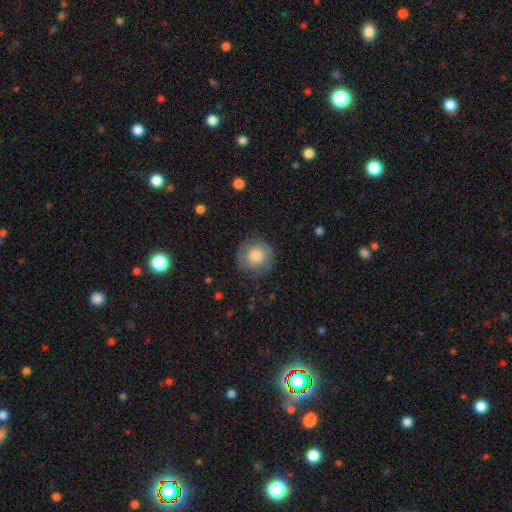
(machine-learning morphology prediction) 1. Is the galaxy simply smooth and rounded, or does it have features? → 47% featured or disk, 46% smooth, 8% star or artifact.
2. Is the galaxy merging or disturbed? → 78% none, 14% minor disturbance, 6% major disturbance, 1% merger.